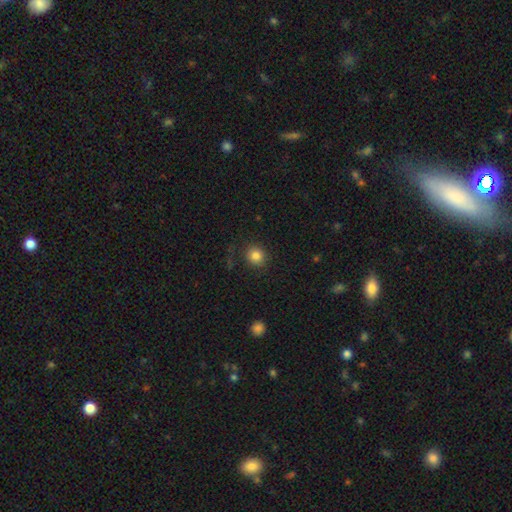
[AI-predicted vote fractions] Smooth or featured?
  - smooth: 84% *
  - star or artifact: 11%
  - featured or disk: 5%
How rounded?
  - round: 88% *
  - in between: 11%
  - cigar-shaped: 1%
Merging?
  - none: 84% *
  - minor disturbance: 10%
  - major disturbance: 5%
  - merger: 2%